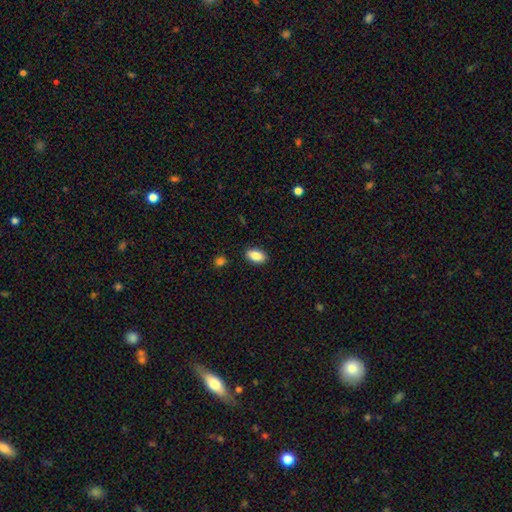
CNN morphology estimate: Smooth or featured? smooth (86%)
How rounded? in between (91%)
Merging? none (89%)